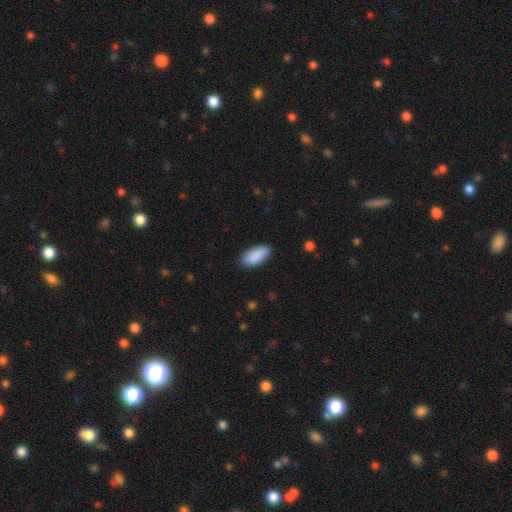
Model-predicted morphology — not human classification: smooth_or_featured: smooth (p=0.90) [alt: star or artifact p=0.06]
how_rounded: in between (p=0.90) [alt: cigar-shaped p=0.08]
merging: none (p=0.85) [alt: minor disturbance p=0.12]